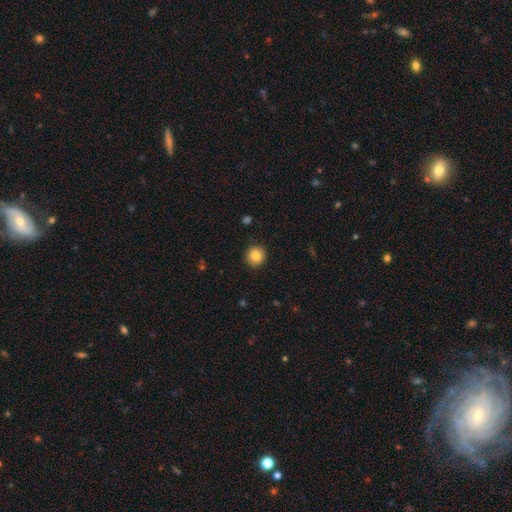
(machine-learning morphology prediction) This appears to be a smooth galaxy with no disk features (86%) that is round (91%). Merging: none (90%).